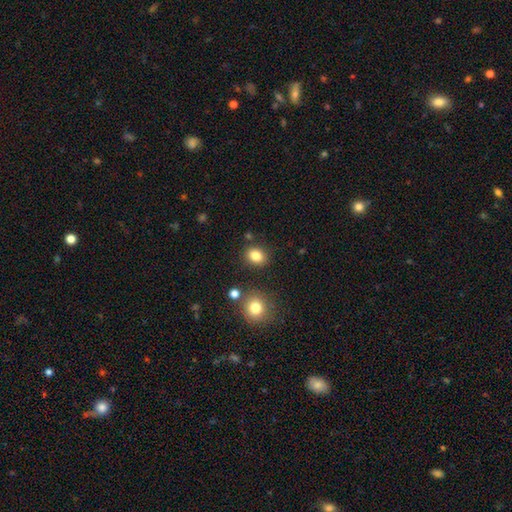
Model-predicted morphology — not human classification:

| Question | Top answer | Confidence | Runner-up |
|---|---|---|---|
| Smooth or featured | smooth | 83% | star or artifact (11%) |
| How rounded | round | 63% | in between (36%) |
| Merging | none | 84% | minor disturbance (9%) |